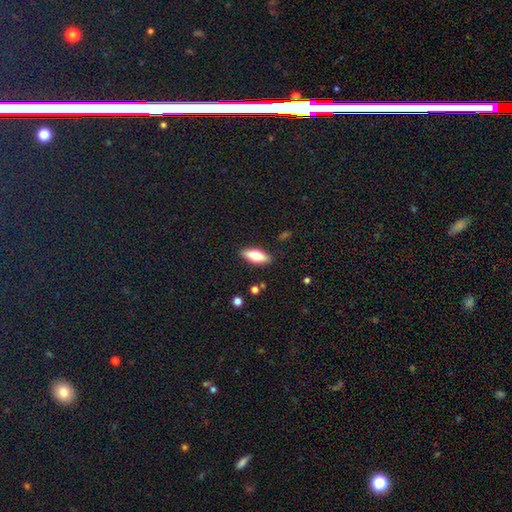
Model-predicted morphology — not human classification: Smooth or featured: smooth — 73% (featured or disk — 20%)
How rounded: in between — 73% (cigar-shaped — 25%)
Merging: none — 87% (minor disturbance — 9%)